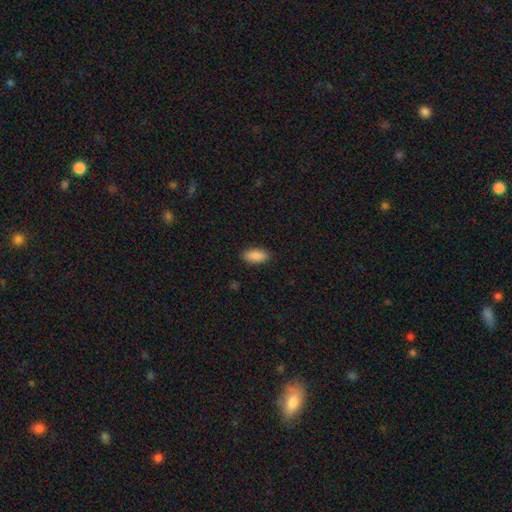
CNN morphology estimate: This is clearly a smooth galaxy (90%). How rounded: clearly in between (90%). Merging: clearly none (89%).